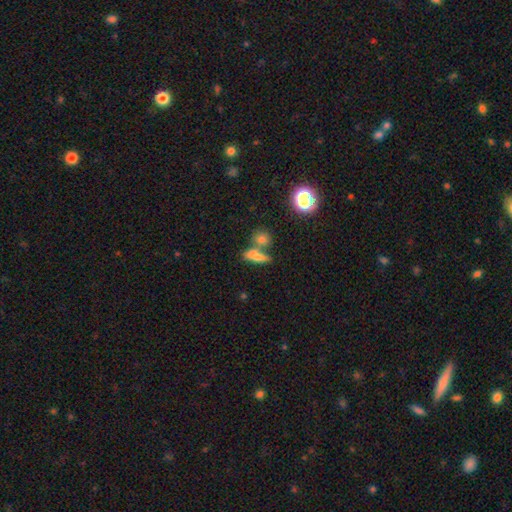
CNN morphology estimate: smooth 67%, featured or disk 18%, star or artifact 14%. Down the decision tree: how rounded — cigar-shaped (44%, tied with in between); merging — none (44%).